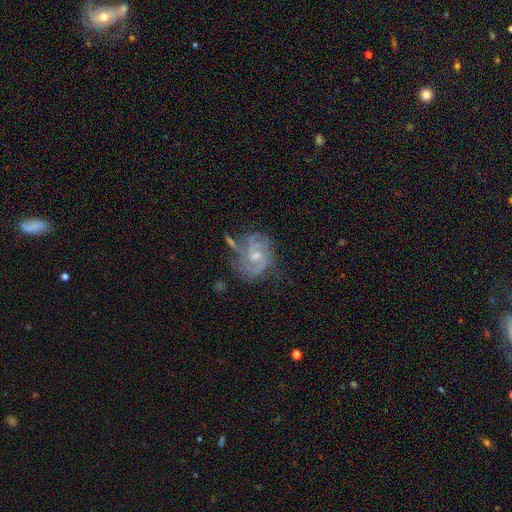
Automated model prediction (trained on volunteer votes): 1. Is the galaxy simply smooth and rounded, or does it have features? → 85% featured or disk, 8% smooth, 7% star or artifact.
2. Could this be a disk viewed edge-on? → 98% no, 2% yes.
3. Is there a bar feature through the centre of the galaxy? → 55% no, 38% weak, 7% strong.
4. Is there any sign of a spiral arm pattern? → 96% yes, 4% no.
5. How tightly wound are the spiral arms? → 46% tight, 42% medium, 12% loose.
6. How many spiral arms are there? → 40% 2, 26% 3, 19% can't tell, 6% 4, 5% 1, 4% more than 4.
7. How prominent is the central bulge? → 52% small, 42% moderate, 3% none, 2% large, 1% dominant.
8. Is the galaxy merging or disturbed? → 55% none, 23% minor disturbance, 15% major disturbance, 7% merger.